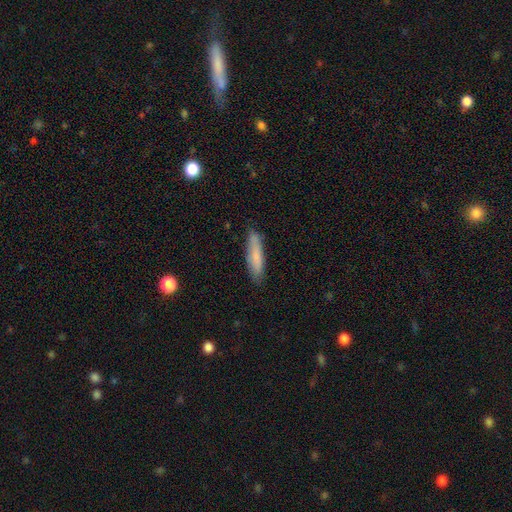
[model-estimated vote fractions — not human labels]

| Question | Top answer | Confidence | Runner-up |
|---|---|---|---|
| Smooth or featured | smooth | 78% | featured or disk (16%) |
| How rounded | cigar-shaped | 79% | in between (20%) |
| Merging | none | 84% | minor disturbance (12%) |